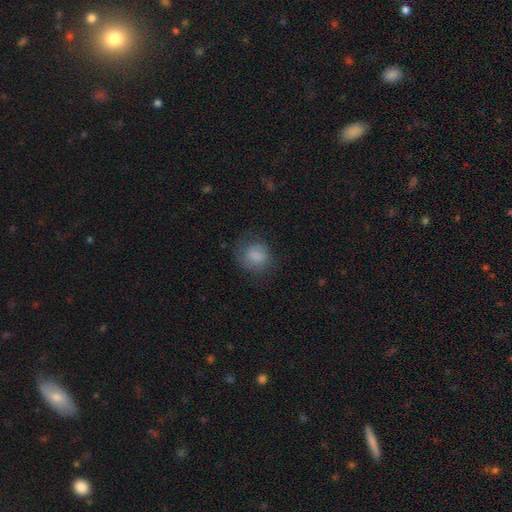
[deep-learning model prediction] A smooth galaxy with no disk features (76%) that is round (73%).

Vote fractions:
- Smooth or featured? smooth: 76% / featured or disk: 15% / star or artifact: 9%
- How rounded? round: 73% / in between: 26% / cigar-shaped: 1%
- Merging? none: 62% / minor disturbance: 22% / major disturbance: 14% / merger: 1%